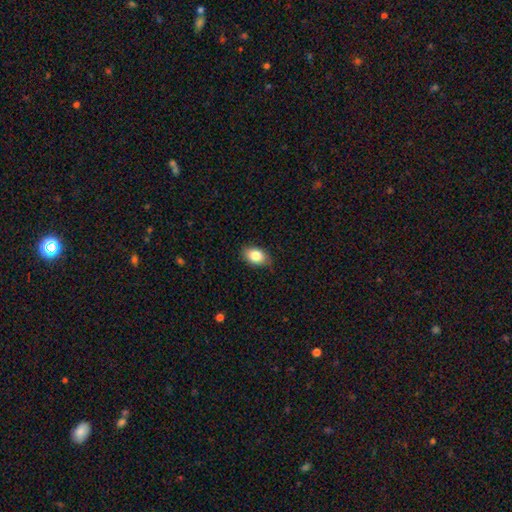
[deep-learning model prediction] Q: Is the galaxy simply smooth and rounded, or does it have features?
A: smooth — 83%.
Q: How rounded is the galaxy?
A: in between — 85%.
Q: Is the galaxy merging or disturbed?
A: none — 80%.